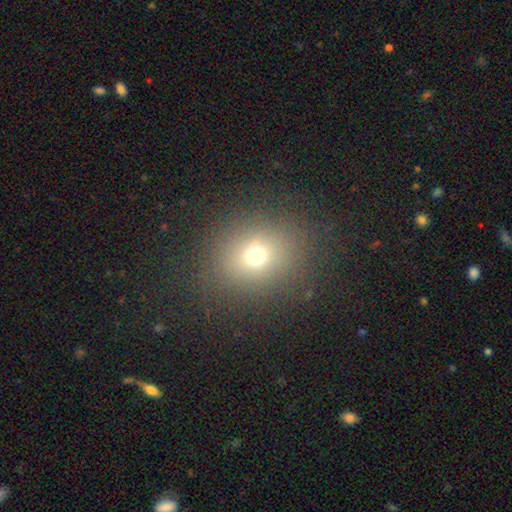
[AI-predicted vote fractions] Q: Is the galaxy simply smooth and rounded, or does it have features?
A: smooth — 69%.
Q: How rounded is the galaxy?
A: round — 70%.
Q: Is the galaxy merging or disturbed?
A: none — 84%.